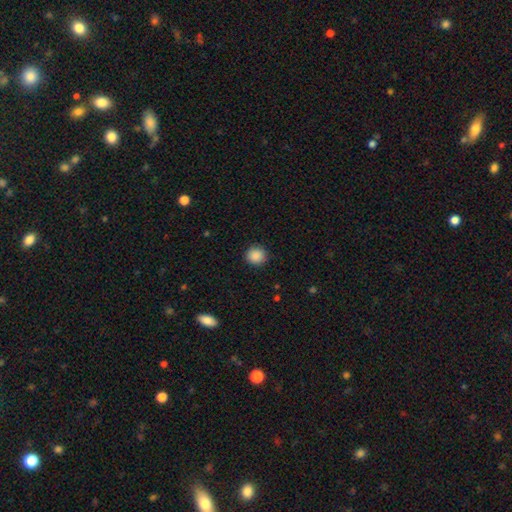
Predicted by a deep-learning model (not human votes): Smooth or featured: smooth — 88% (star or artifact — 9%)
How rounded: round — 90% (in between — 9%)
Merging: none — 91% (minor disturbance — 6%)